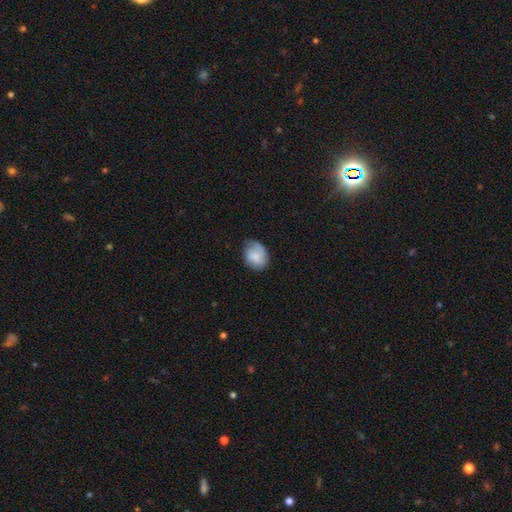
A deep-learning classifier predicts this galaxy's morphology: Smooth or featured? smooth (75%)
How rounded? in between (59%)
Merging? none (60%)